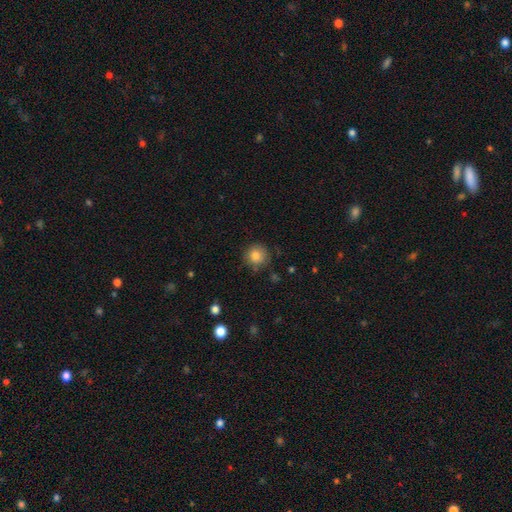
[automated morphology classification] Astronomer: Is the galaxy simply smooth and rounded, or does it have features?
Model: smooth — 83%.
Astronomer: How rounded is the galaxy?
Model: round — 92%.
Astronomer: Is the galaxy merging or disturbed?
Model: none — 80%.